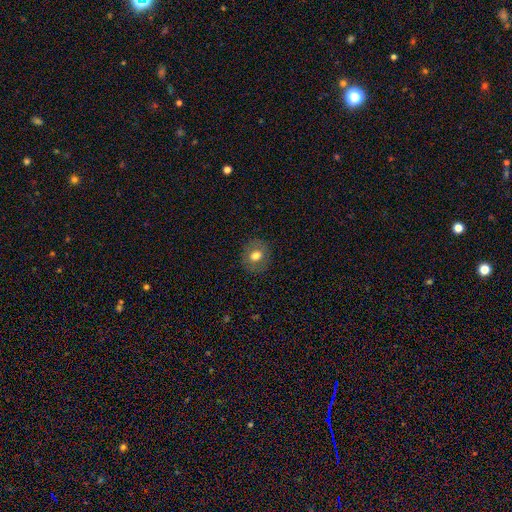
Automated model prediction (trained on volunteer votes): Q: Smooth or featured?
A: smooth (71%); runner-up: featured or disk (19%)
Q: How rounded?
A: round (76%); runner-up: in between (23%)
Q: Merging?
A: none (88%); runner-up: minor disturbance (8%)